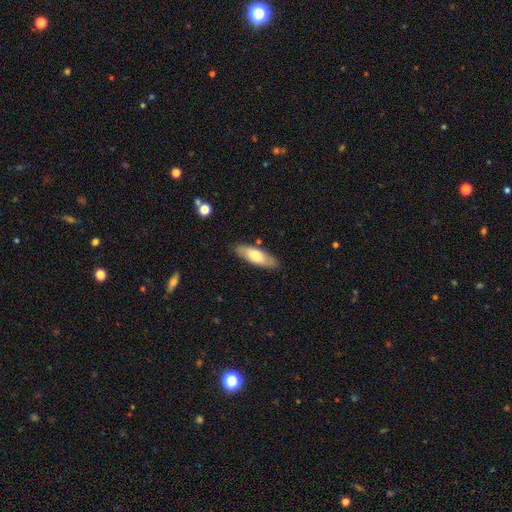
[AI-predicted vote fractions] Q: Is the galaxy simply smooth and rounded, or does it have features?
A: smooth — 68%.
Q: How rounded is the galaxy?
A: in between — 61%.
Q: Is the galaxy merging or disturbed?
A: none — 85%.